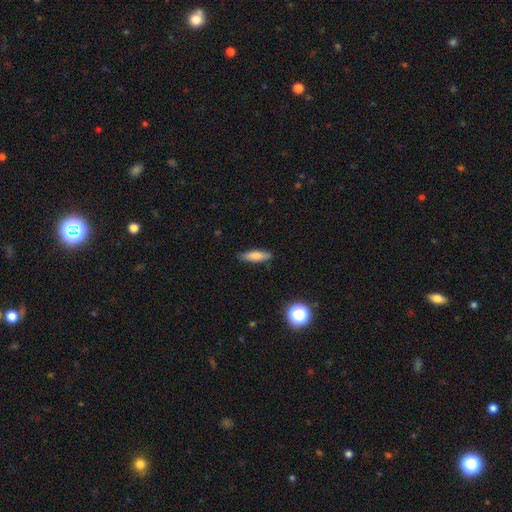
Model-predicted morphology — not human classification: This appears to be a smooth galaxy with no disk features (74%) that is cigar-shaped (68%). Merging: none (87%).